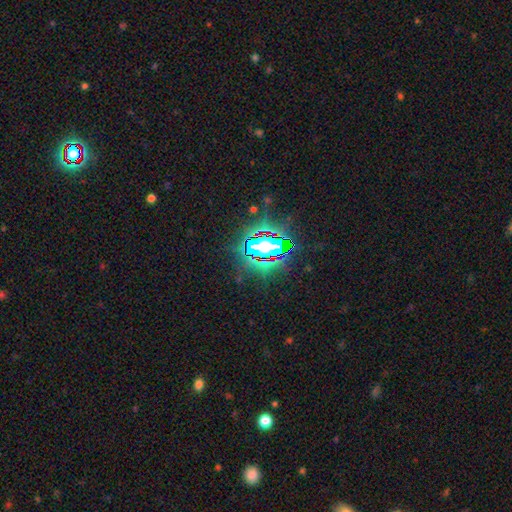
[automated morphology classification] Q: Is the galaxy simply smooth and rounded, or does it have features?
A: star or artifact — 76%.